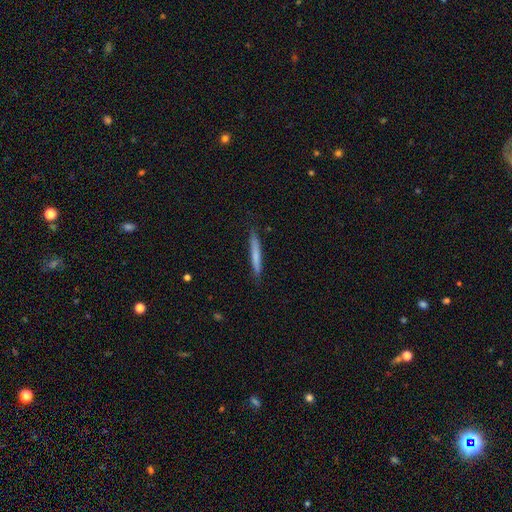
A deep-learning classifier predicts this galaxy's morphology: Smooth or featured: smooth — 69% (featured or disk — 25%)
How rounded: cigar-shaped — 96% (in between — 3%)
Merging: none — 86% (minor disturbance — 11%)